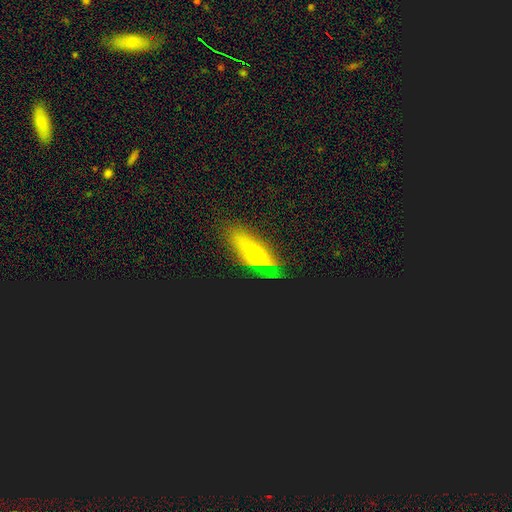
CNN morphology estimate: type=smooth (48%); merging=none (74%).